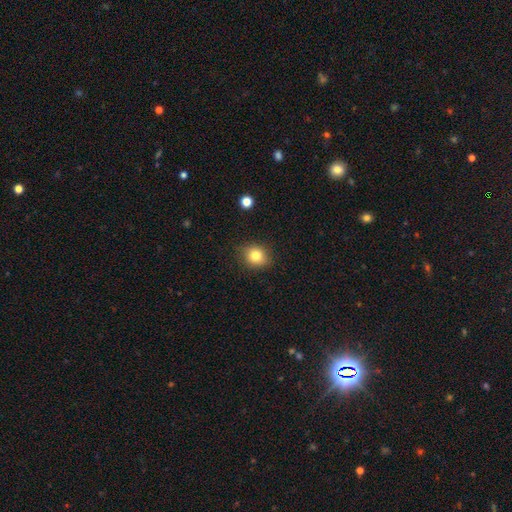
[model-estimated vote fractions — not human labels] Overall: smooth (80%). How rounded: round (64%; in between 35%). Merging: none (85%).